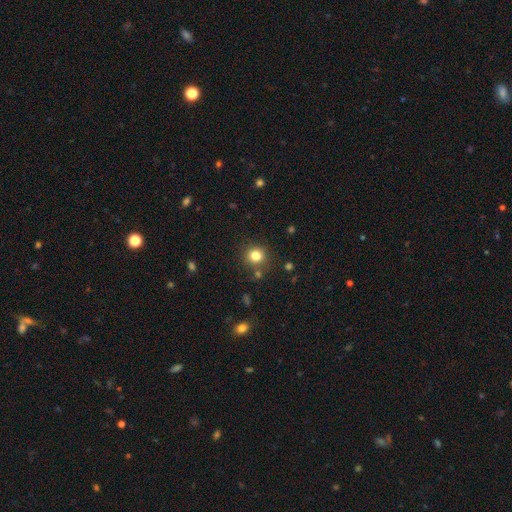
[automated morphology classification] Q: Smooth or featured?
A: smooth (80%); runner-up: star or artifact (13%)
Q: How rounded?
A: round (91%); runner-up: in between (8%)
Q: Merging?
A: none (84%); runner-up: minor disturbance (8%)